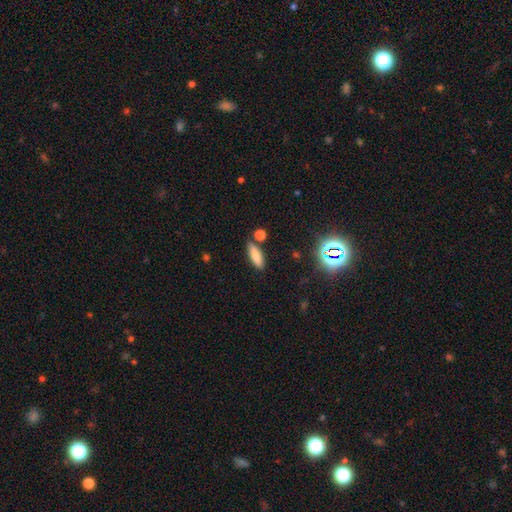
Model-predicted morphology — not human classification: A smooth galaxy with no disk features (78%) that is in between round and cigar-shaped (53%).

Vote fractions:
- Smooth or featured? smooth: 78% / featured or disk: 12% / star or artifact: 10%
- How rounded? in between: 53% / cigar-shaped: 44% / round: 3%
- Merging? none: 78% / minor disturbance: 12% / merger: 7% / major disturbance: 3%